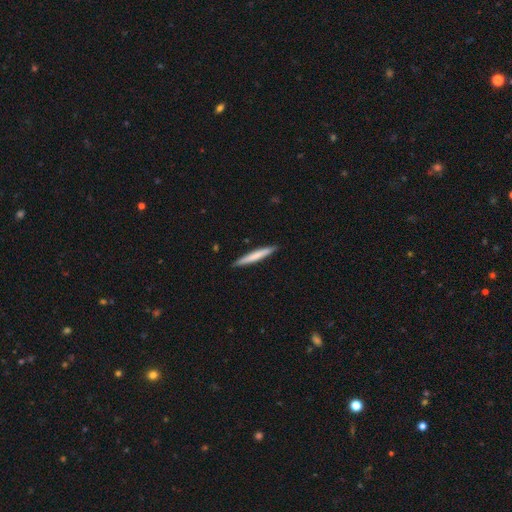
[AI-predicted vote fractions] Smooth or featured? smooth (67%)
How rounded? cigar-shaped (96%)
Merging? none (90%)